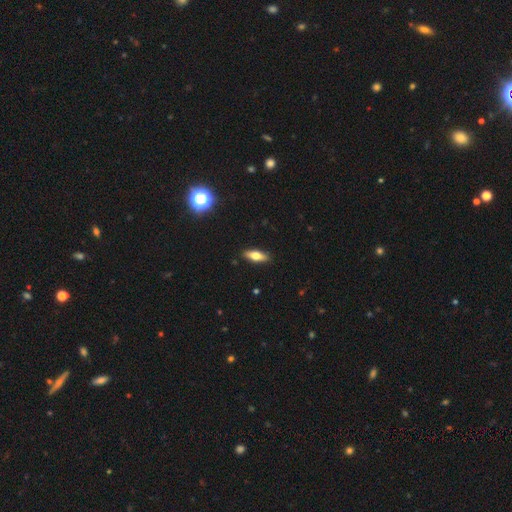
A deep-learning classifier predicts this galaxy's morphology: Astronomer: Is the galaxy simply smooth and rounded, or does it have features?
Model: smooth — 62%.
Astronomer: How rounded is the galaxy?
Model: in between — 61% (runner-up: cigar-shaped, 36%).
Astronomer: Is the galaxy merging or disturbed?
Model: none — 90%.